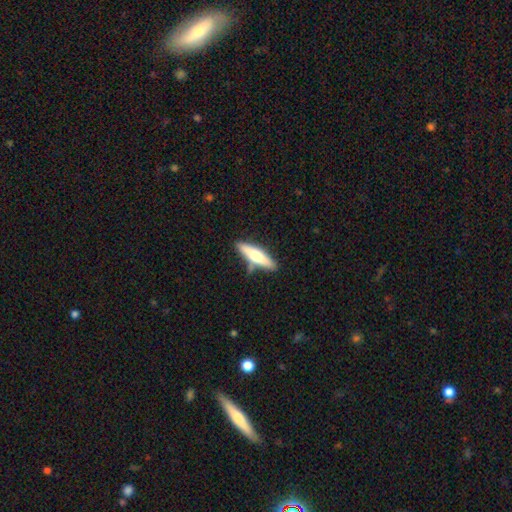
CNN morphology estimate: Smooth or featured? smooth (55%)
How rounded? cigar-shaped (73%)
Merging? none (74%)